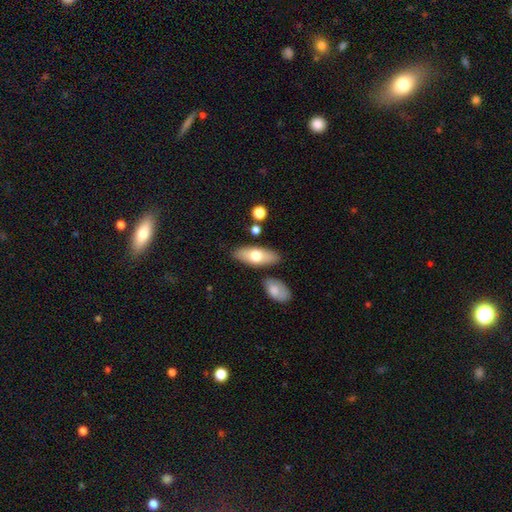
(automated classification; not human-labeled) smooth-or-featured: smooth: 65% | featured or disk: 30% | star or artifact: 6%
  how-rounded: in between: 80% | cigar-shaped: 17% | round: 3%
  merging: none: 81% | minor disturbance: 11% | merger: 6% | major disturbance: 3%